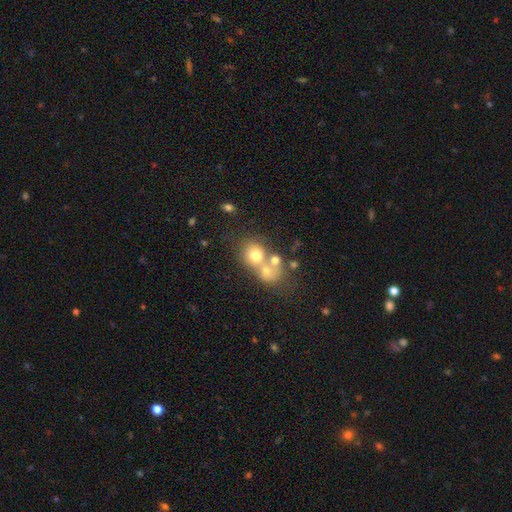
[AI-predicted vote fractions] smooth_or_featured: smooth (p=0.66) [alt: featured or disk p=0.21]
how_rounded: round (p=0.72) [alt: in between p=0.27]
merging: merger (p=0.58) [alt: none p=0.30]